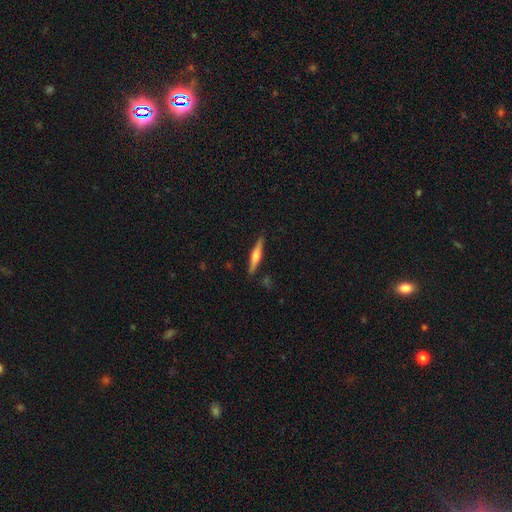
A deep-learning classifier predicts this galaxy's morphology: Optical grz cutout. It shows a featured or disk galaxy (60%) viewed edge-on (97%) with a rounded central bulge (85%). Merging: none (89%).